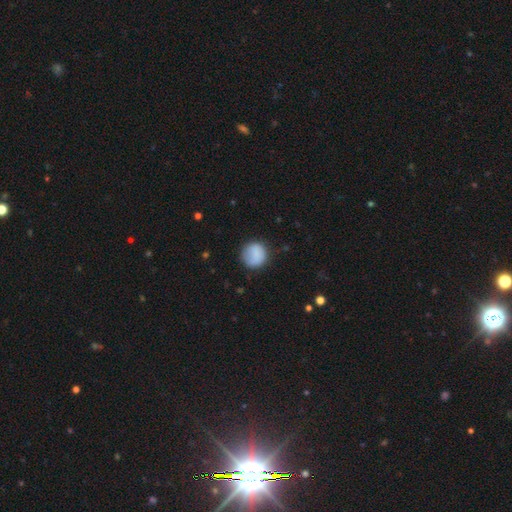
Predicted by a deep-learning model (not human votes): smooth-or-featured: smooth: 85% | featured or disk: 8% | star or artifact: 7%
  how-rounded: round: 91% | in between: 8% | cigar-shaped: 1%
  merging: none: 79% | minor disturbance: 15% | major disturbance: 5% | merger: 1%